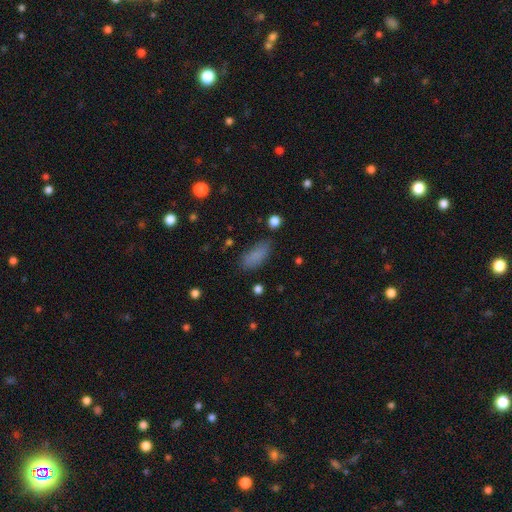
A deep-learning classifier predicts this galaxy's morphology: Q: Smooth or featured?
A: smooth (83%); runner-up: star or artifact (11%)
Q: How rounded?
A: in between (78%); runner-up: cigar-shaped (19%)
Q: Merging?
A: none (73%); runner-up: minor disturbance (18%)